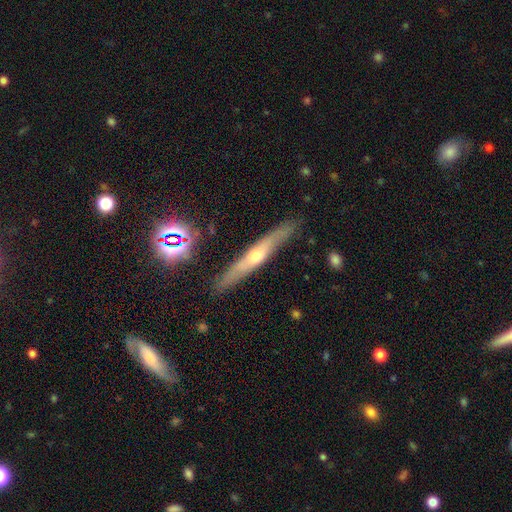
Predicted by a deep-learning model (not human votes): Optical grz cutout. It shows a featured or disk galaxy (62%) viewed edge-on (92%) with a rounded central bulge (82%). Merging: none (87%).